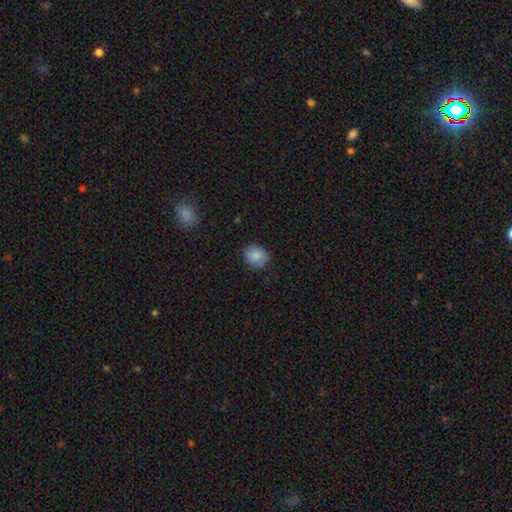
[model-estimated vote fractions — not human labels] The model was most divided on "how rounded": round: 54%, in between: 45%, cigar-shaped: 1%. More confident: smooth or featured — smooth (85%); merging — none (81%).